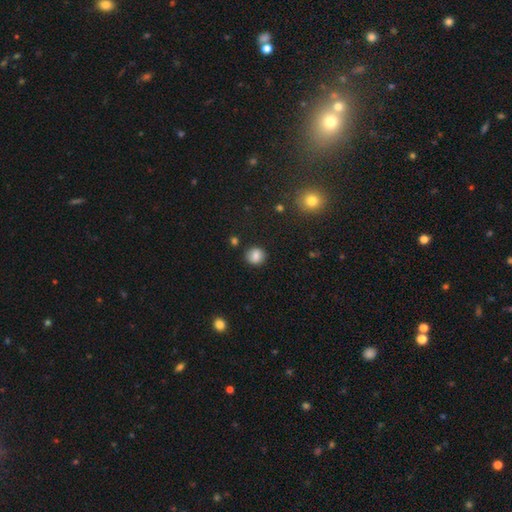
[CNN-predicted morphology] Smooth or featured? Predicted: smooth (p=0.82). How rounded? Predicted: round (p=0.85). Merging? Predicted: none (p=0.87).